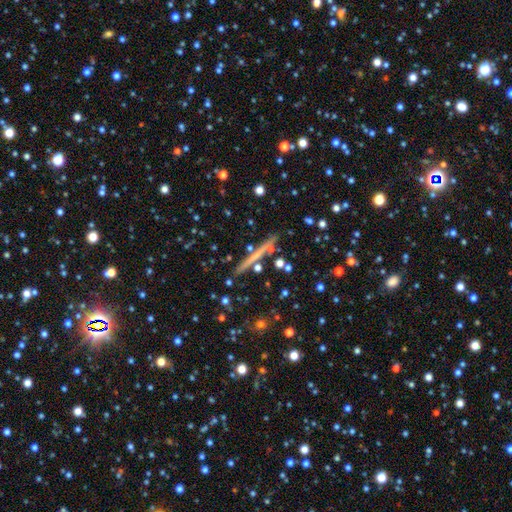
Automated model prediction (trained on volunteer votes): Smooth or featured? Predicted: featured or disk (p=0.47). Merging? Predicted: none (p=0.84).